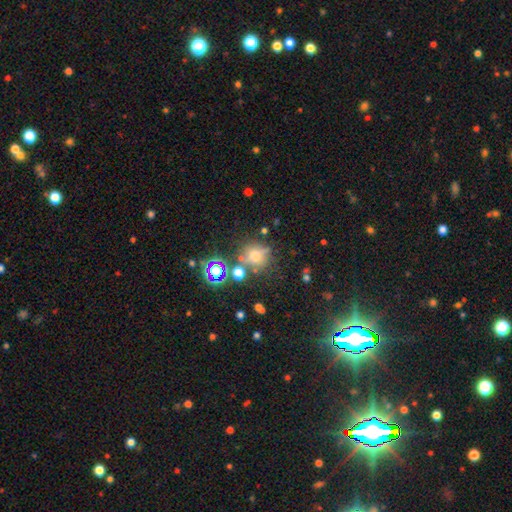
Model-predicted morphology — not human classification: smooth-or-featured: smooth: 53% | star or artifact: 31% | featured or disk: 16%
  how-rounded: round: 80% | in between: 18% | cigar-shaped: 2%
  merging: none: 66% | minor disturbance: 14% | merger: 13% | major disturbance: 6%